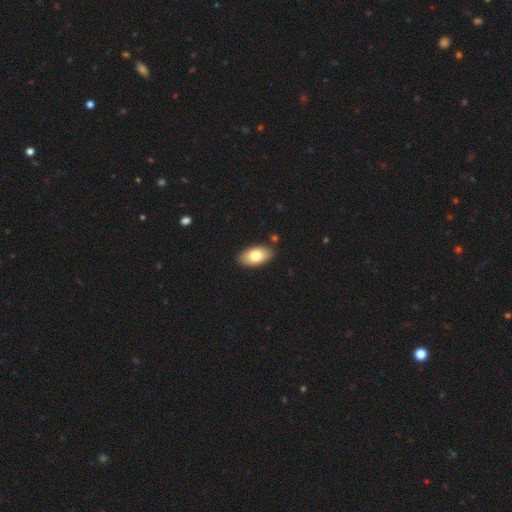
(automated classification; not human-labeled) A smooth galaxy with no disk features (76%) that is in between round and cigar-shaped (94%).

Vote fractions:
- Smooth or featured? smooth: 76% / featured or disk: 17% / star or artifact: 7%
- How rounded? in between: 94% / round: 4% / cigar-shaped: 2%
- Merging? none: 87% / minor disturbance: 9% / merger: 2% / major disturbance: 2%